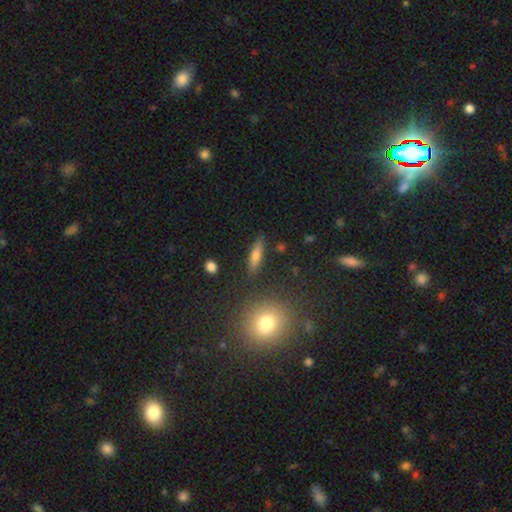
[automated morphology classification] Overall: smooth (58%; featured or disk 32%). How rounded: cigar-shaped (67%; in between 27%). Merging: none (87%).